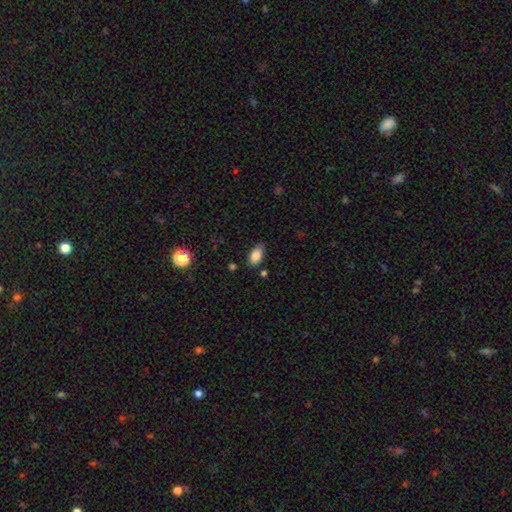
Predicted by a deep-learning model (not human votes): Morphology: type=smooth (84%); roundness=in between (92%); merging=none (76%).